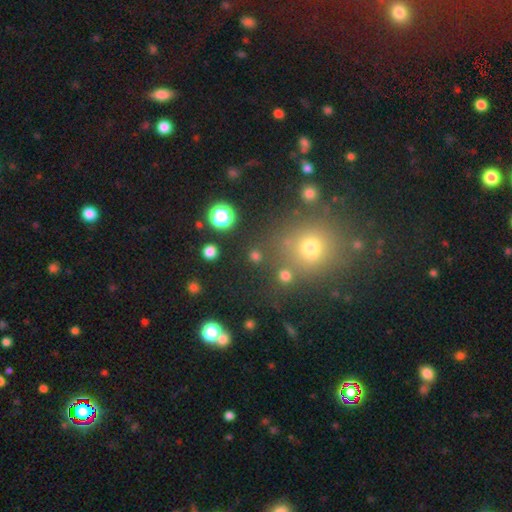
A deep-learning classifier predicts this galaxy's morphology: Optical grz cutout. It shows a smooth galaxy with no disk features (70%) that is round (88%). Merging: none (79%).